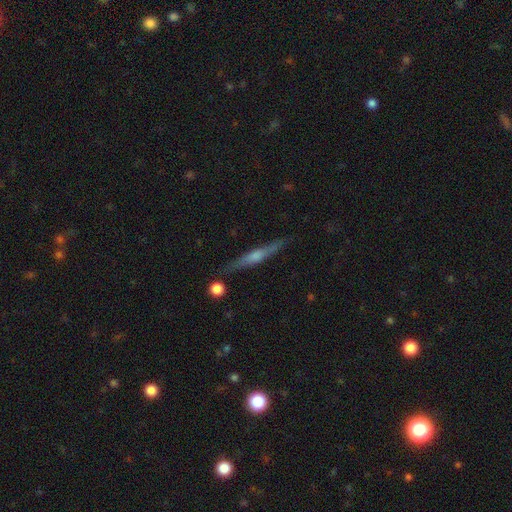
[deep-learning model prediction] Morphology: type=featured or disk (69%); edge-on=yes (97%); edge-on bulge=rounded (71%); merging=none (85%).